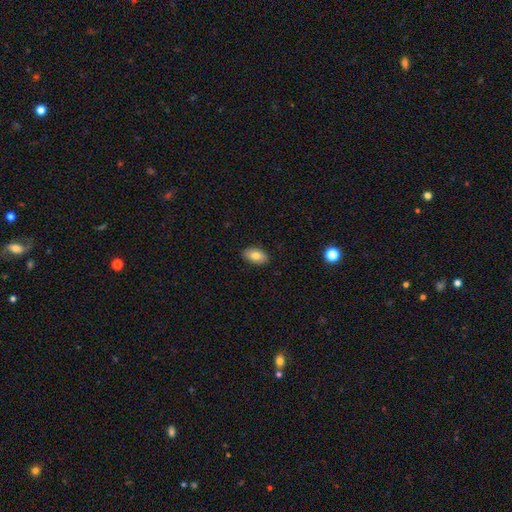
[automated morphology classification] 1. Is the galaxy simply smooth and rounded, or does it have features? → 81% smooth, 12% featured or disk, 7% star or artifact.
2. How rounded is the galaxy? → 92% in between, 6% round, 2% cigar-shaped.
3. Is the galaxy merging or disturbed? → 89% none, 8% minor disturbance, 2% major disturbance, 1% merger.